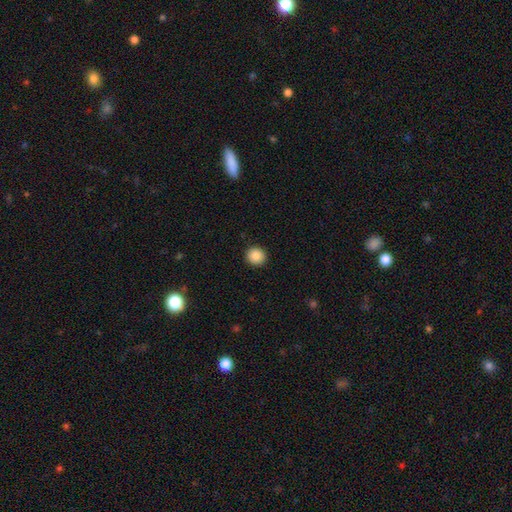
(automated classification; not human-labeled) This is clearly a smooth galaxy (88%). How rounded: clearly round (90%). Merging: clearly none (92%).